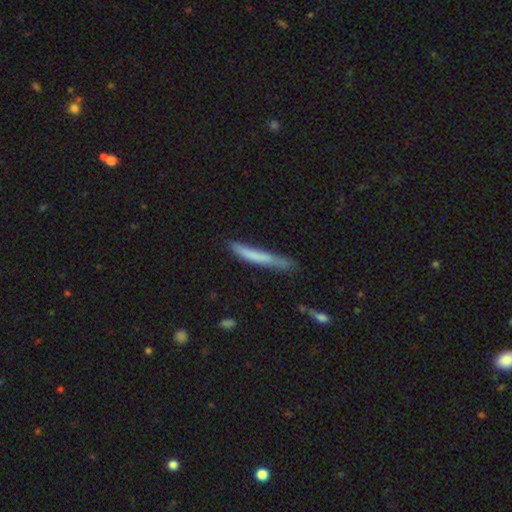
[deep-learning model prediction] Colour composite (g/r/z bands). It shows a smooth galaxy with no disk features (68%) that is cigar-shaped (95%). Merging: none (58%).